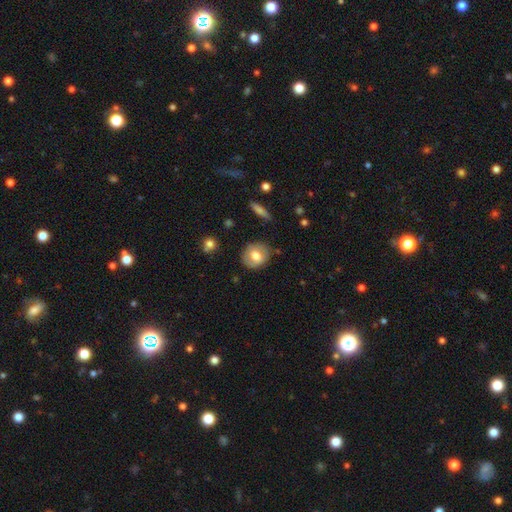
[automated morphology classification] Overall: smooth (59%; featured or disk 34%). How rounded: round (69%; in between 30%). Merging: none (80%).